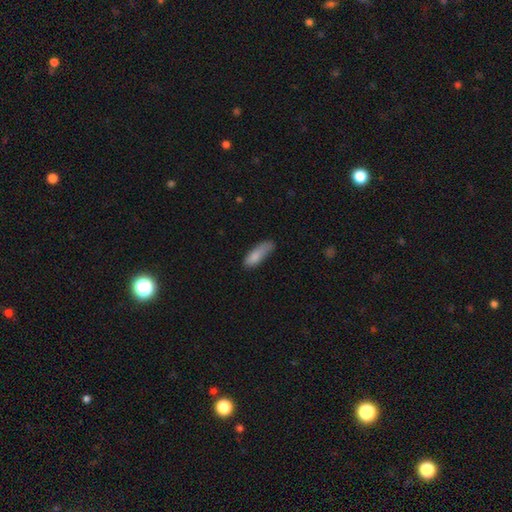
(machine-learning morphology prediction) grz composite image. It shows a smooth galaxy with no disk features (83%) that is in between round and cigar-shaped (55%). Merging: none (45%).